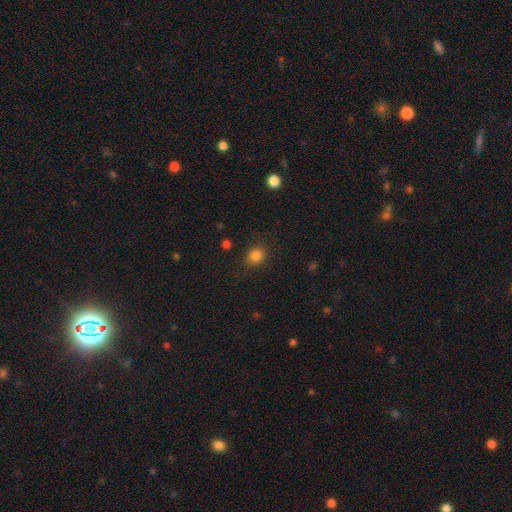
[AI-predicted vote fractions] Smooth or featured? Predicted: smooth (p=0.83). How rounded? Predicted: round (p=0.75). Merging? Predicted: none (p=0.85).